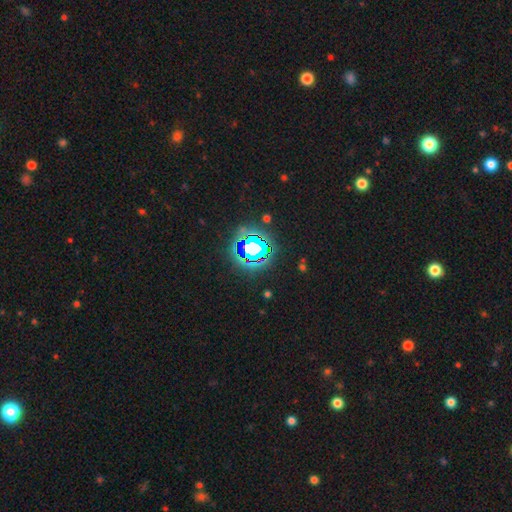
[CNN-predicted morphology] The model was most divided on "smooth or featured": star or artifact: 69%, smooth: 17%, featured or disk: 13%.